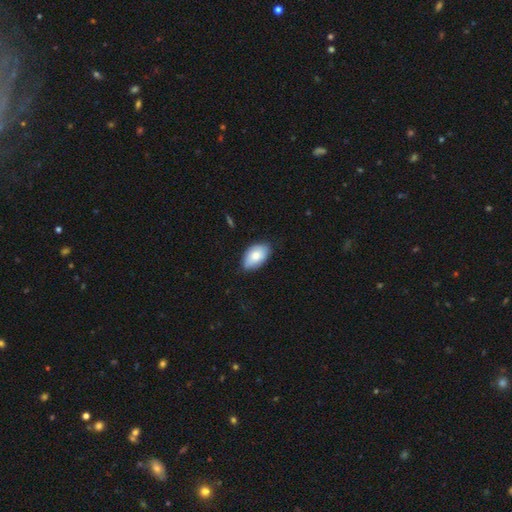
smooth_or_featured: smooth (p=0.97) [alt: featured or disk p=0.03]
how_rounded: in between (p=0.92) [alt: round p=0.08]
merging: none (p=0.69) [alt: minor disturbance p=0.31]